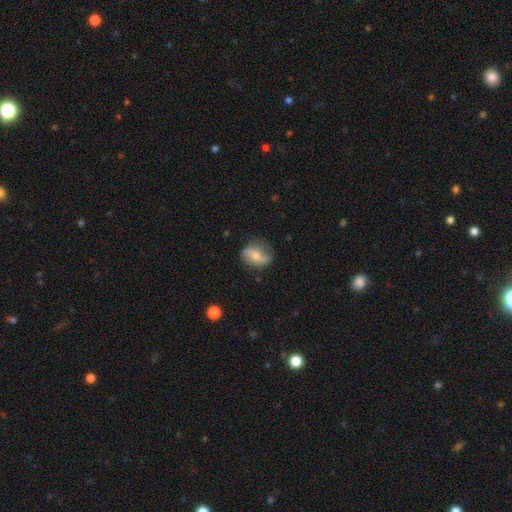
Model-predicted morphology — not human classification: Smooth or featured: smooth — 46% (tied with featured or disk — 46%)
Merging: none — 63% (minor disturbance — 26%)